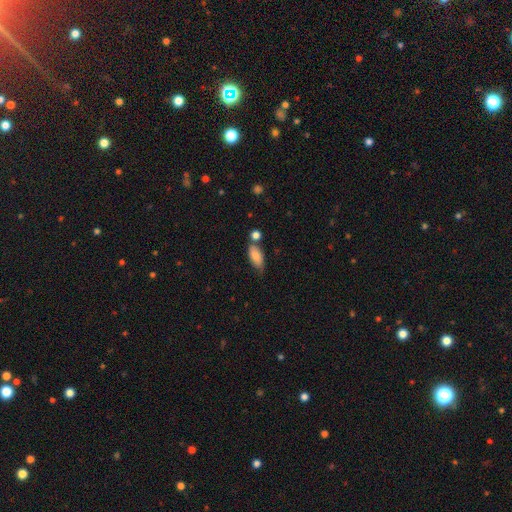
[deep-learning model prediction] Morphology: type=smooth (80%); roundness=in between (88%); merging=none (51%).